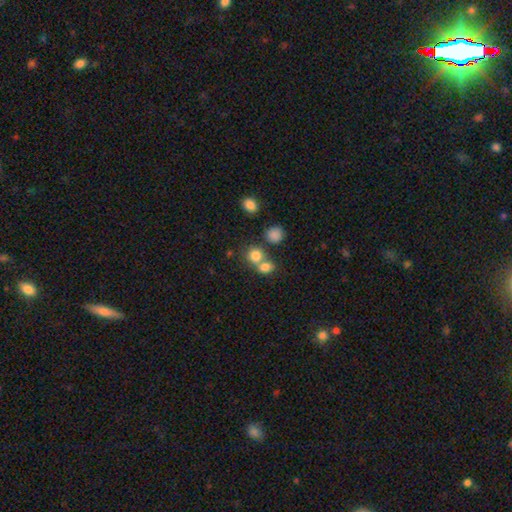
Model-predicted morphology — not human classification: The model was most divided on "merging": merger: 46%, none: 44%, minor disturbance: 7%, major disturbance: 4%. More confident: smooth or featured — smooth (80%); how rounded — round (76%).